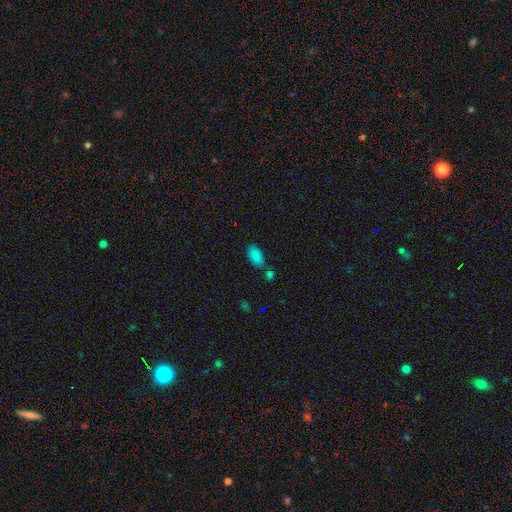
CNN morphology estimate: A smooth galaxy with no disk features (85%) that is in between round and cigar-shaped (94%). Merging: none (71%).